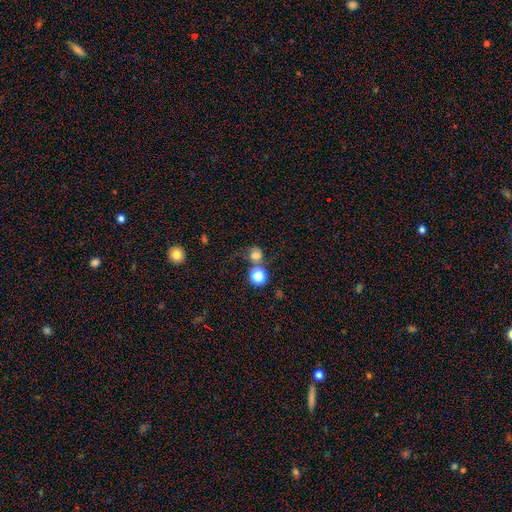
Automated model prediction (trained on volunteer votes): This is likely a smooth galaxy (71%). How rounded: likely round (79%). Merging: possibly none (47%).